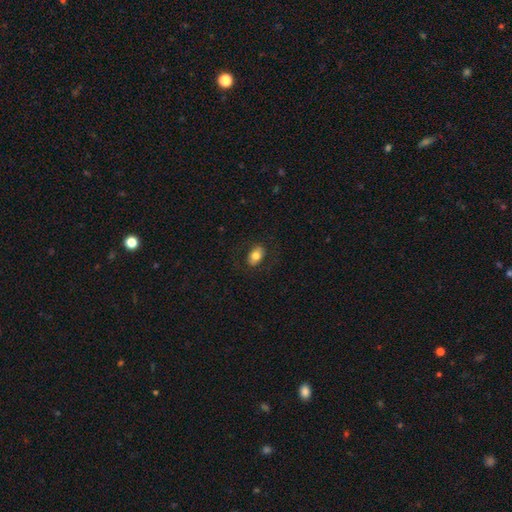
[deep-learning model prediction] Smooth or featured?
  - smooth: 75% *
  - featured or disk: 17%
  - star or artifact: 7%
How rounded?
  - in between: 88% *
  - round: 11%
  - cigar-shaped: 1%
Merging?
  - none: 83% *
  - minor disturbance: 11%
  - major disturbance: 5%
  - merger: 1%